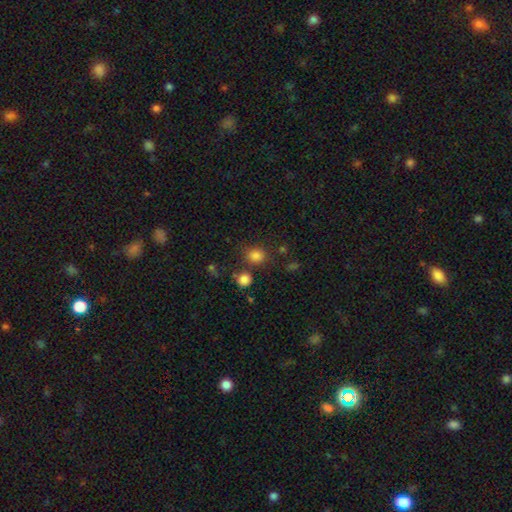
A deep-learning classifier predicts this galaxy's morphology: smooth_or_featured: smooth (p=0.82) [alt: star or artifact p=0.14]
how_rounded: round (p=0.77) [alt: in between p=0.22]
merging: none (p=0.75) [alt: minor disturbance p=0.11]